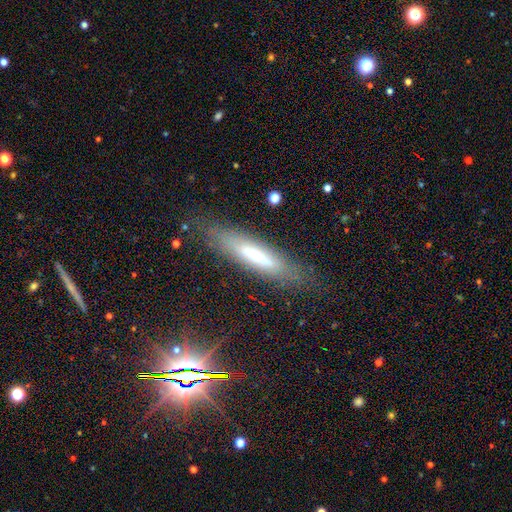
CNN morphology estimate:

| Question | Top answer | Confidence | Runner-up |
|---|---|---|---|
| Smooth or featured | smooth | 47% | featured or disk (43%) |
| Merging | none | 80% | minor disturbance (14%) |